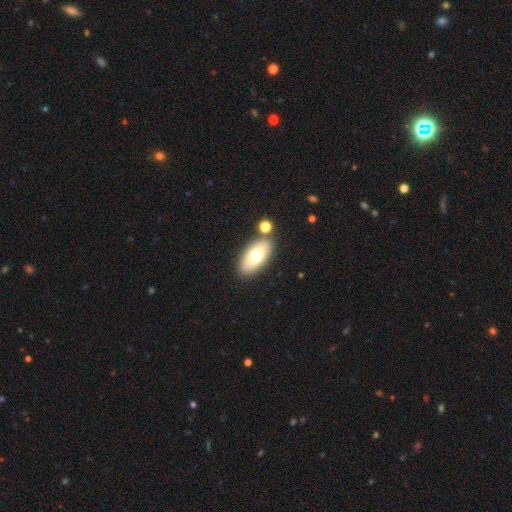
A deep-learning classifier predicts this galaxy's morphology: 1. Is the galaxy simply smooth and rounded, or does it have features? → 69% smooth, 23% featured or disk, 8% star or artifact.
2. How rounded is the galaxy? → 90% in between, 6% cigar-shaped, 4% round.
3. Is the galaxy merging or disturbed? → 78% none, 10% minor disturbance, 9% merger, 3% major disturbance.